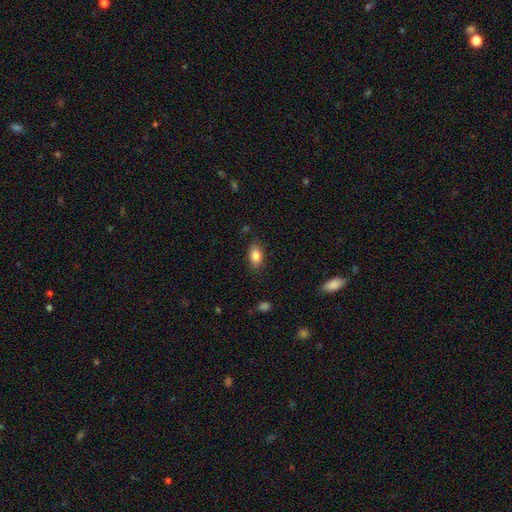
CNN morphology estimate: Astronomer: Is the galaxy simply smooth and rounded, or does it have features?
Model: smooth — 84%.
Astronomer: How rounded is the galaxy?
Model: in between — 89%.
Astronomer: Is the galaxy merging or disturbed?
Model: none — 83%.